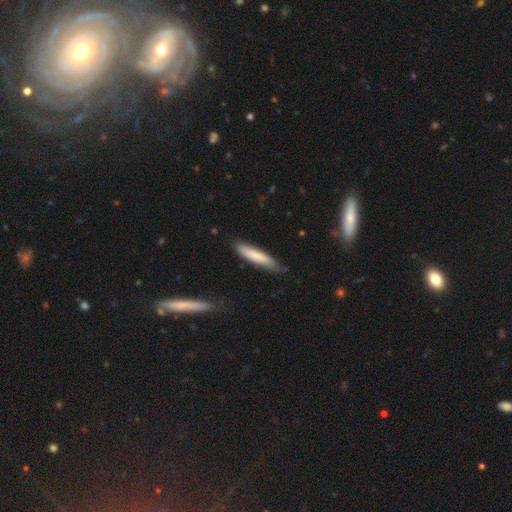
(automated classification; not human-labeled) The model was most divided on "merging": none: 77%, minor disturbance: 19%, major disturbance: 3%, merger: 2%. More confident: how rounded — cigar-shaped (85%); smooth or featured — smooth (79%).